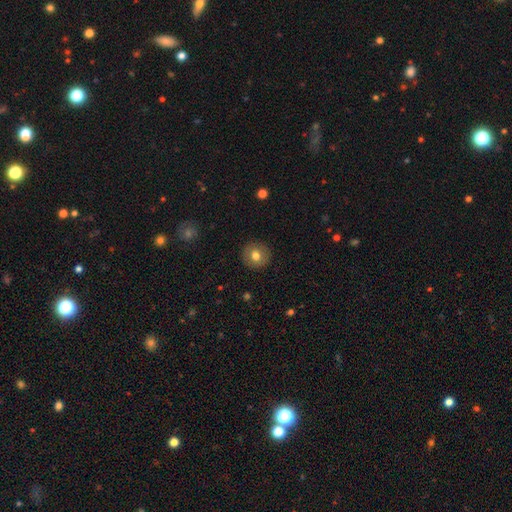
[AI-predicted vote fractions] Smooth or featured?
  - smooth: 75% *
  - featured or disk: 17%
  - star or artifact: 9%
How rounded?
  - round: 93% *
  - in between: 6%
  - cigar-shaped: 1%
Merging?
  - none: 91% *
  - minor disturbance: 6%
  - major disturbance: 2%
  - merger: 1%